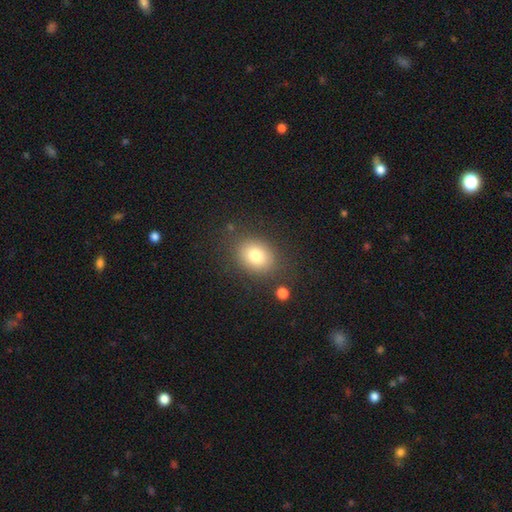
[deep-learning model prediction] smooth_or_featured: smooth (p=0.80) [alt: star or artifact p=0.10]
how_rounded: in between (p=0.53) [alt: round p=0.46]
merging: none (p=0.81) [alt: minor disturbance p=0.11]